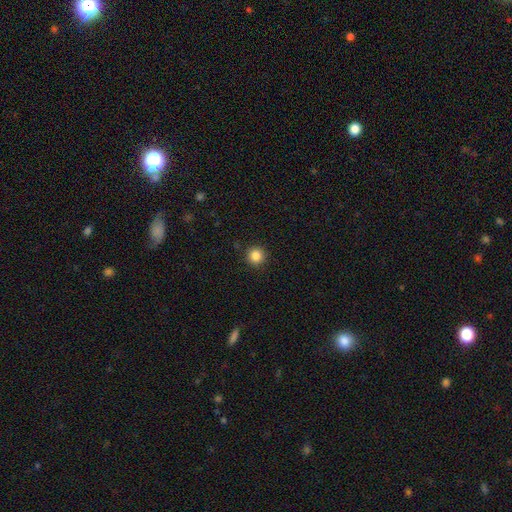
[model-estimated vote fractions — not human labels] A smooth galaxy with no disk features (85%) that is round (95%).

Vote fractions:
- Smooth or featured? smooth: 85% / star or artifact: 11% / featured or disk: 4%
- How rounded? round: 95% / in between: 4% / cigar-shaped: 1%
- Merging? none: 92% / minor disturbance: 5% / major disturbance: 2% / merger: 1%